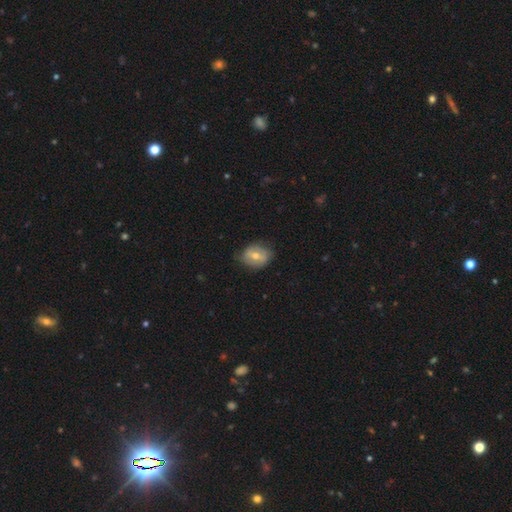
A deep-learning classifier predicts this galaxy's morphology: Smooth or featured?
  - smooth: 54% *
  - featured or disk: 38%
  - star or artifact: 8%
How rounded?
  - round: 50% *
  - in between: 48%
  - cigar-shaped: 1%
Merging?
  - none: 73% *
  - minor disturbance: 21%
  - major disturbance: 5%
  - merger: 1%